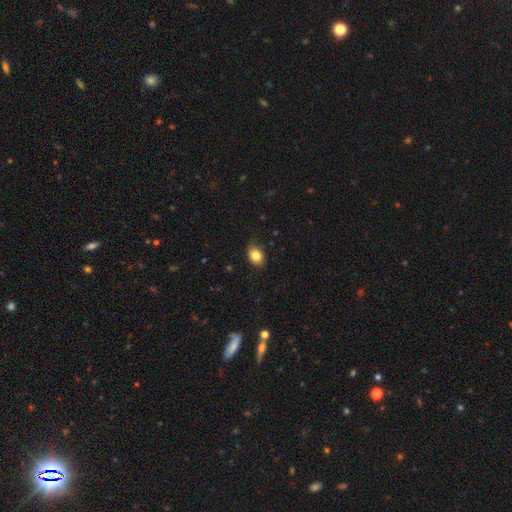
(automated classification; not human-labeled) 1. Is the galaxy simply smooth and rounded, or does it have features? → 84% smooth, 9% star or artifact, 7% featured or disk.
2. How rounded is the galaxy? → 74% in between, 25% round, 1% cigar-shaped.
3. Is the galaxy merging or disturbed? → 80% none, 16% minor disturbance, 3% major disturbance, 1% merger.